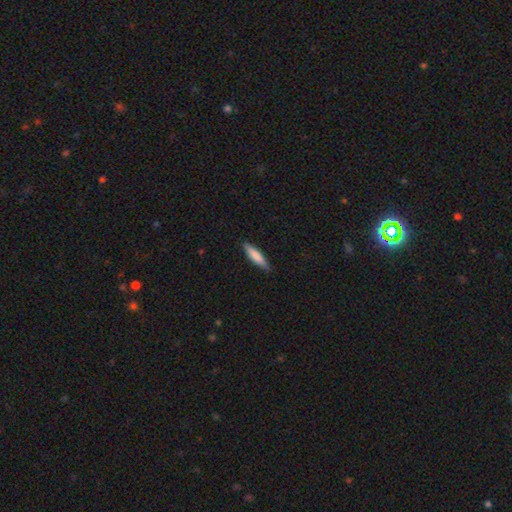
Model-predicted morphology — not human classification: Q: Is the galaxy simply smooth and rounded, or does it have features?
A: smooth — 76%.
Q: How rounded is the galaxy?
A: cigar-shaped — 79%.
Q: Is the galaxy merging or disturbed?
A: none — 86%.